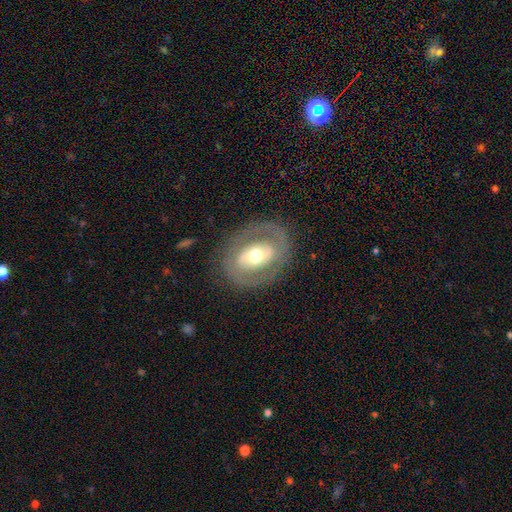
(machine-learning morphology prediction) Smooth or featured? featured or disk (64%)
Edge-on disk? no (93%)
Bar? no (52%)
Spiral arms? no (67%)
Bulge size? moderate (65%)
Merging? none (79%)